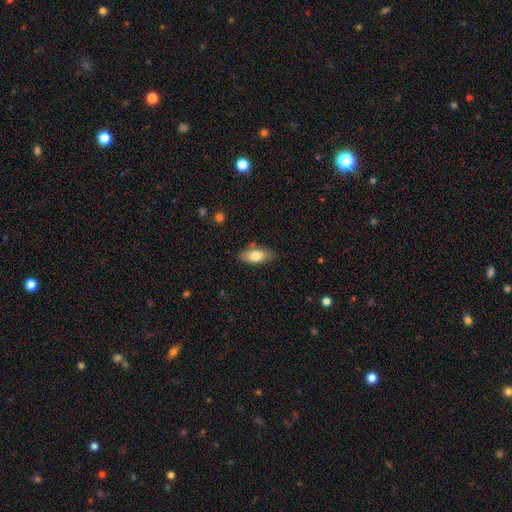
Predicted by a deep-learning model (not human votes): smooth_or_featured: smooth (p=0.79) [alt: featured or disk p=0.15]
how_rounded: in between (p=0.87) [alt: cigar-shaped p=0.10]
merging: none (p=0.81) [alt: minor disturbance p=0.13]